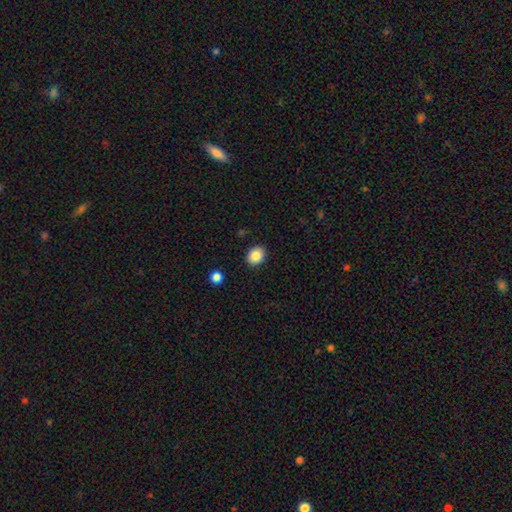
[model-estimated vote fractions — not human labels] Overall: smooth (86%). How rounded: round (63%; in between 37%). Merging: none (89%).